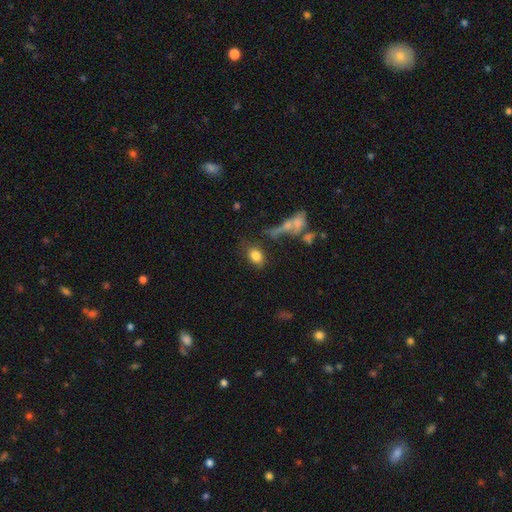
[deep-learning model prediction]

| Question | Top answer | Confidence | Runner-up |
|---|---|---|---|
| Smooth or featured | smooth | 82% | star or artifact (9%) |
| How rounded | in between | 75% | round (23%) |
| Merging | none | 70% | minor disturbance (15%) |